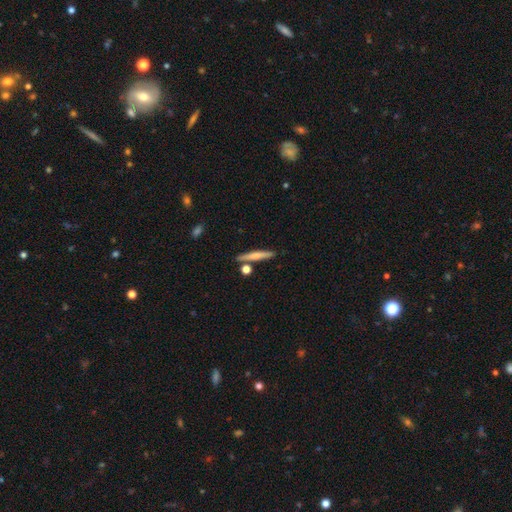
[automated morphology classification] This appears to be a smooth galaxy with no disk features (63%) that is cigar-shaped (93%). Merging: none (83%).